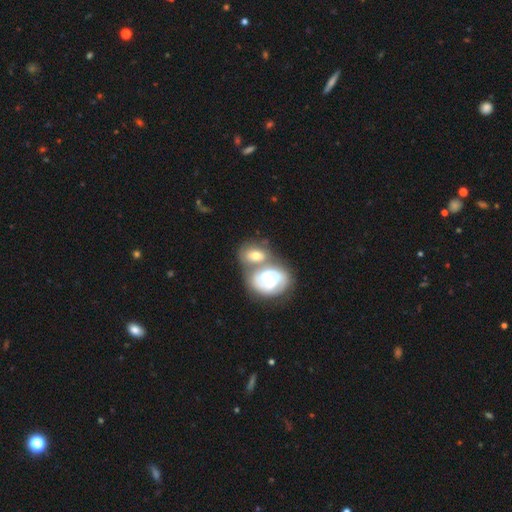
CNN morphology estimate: featured or disk 47%, smooth 46%, star or artifact 7%. Down the decision tree: merging — merger (53%).